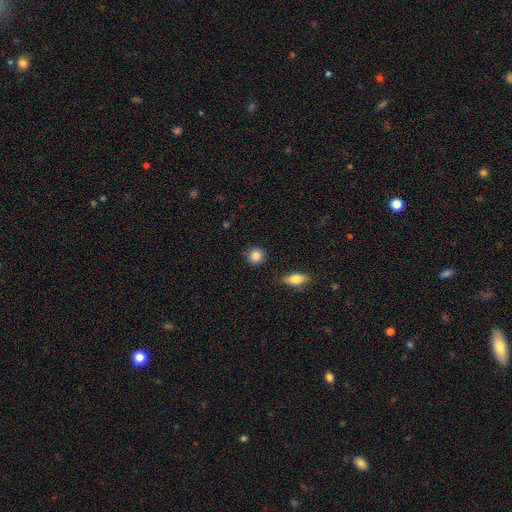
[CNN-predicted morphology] type=smooth (86%); roundness=round (89%); merging=none (88%).